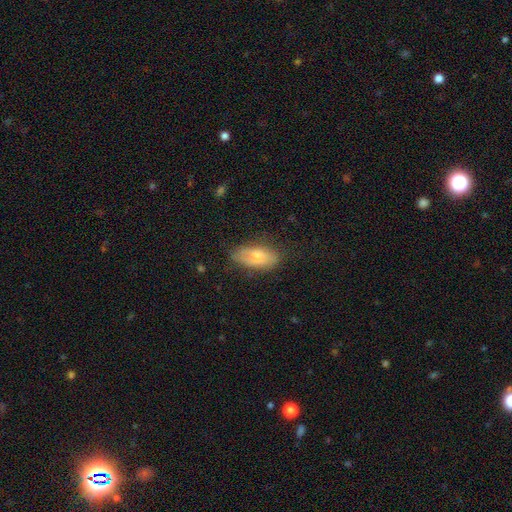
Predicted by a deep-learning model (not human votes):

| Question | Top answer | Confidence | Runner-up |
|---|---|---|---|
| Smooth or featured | smooth | 64% | featured or disk (28%) |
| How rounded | in between | 86% | cigar-shaped (11%) |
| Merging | none | 65% | minor disturbance (27%) |